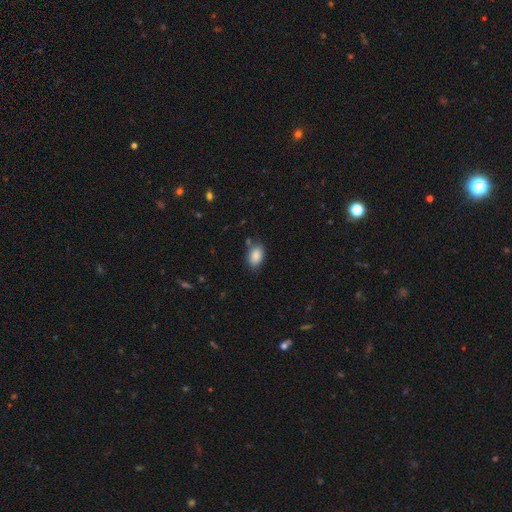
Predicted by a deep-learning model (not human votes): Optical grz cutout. It shows a smooth galaxy with no disk features (88%) that is in between round and cigar-shaped (85%). Merging: none (76%).